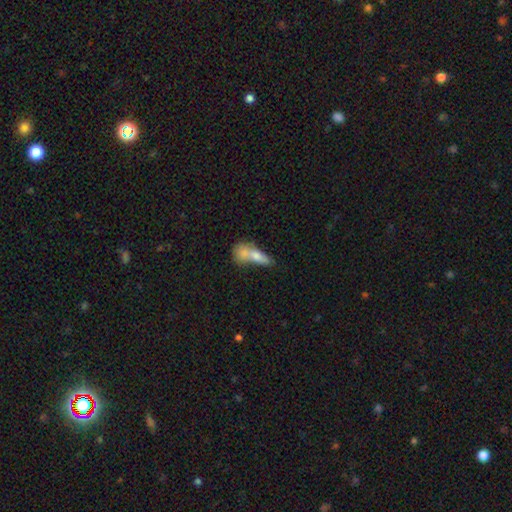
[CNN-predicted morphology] smooth_or_featured: smooth (p=0.69) [alt: featured or disk p=0.23]
how_rounded: in between (p=0.55) [alt: cigar-shaped p=0.37]
merging: merger (p=0.55) [alt: none p=0.25]